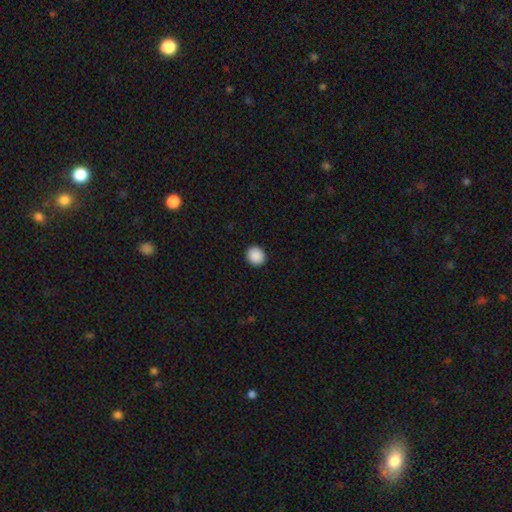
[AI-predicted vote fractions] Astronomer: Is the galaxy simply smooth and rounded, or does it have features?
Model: smooth — 90%.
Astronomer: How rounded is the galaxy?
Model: round — 87%.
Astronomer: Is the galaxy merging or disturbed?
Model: none — 93%.